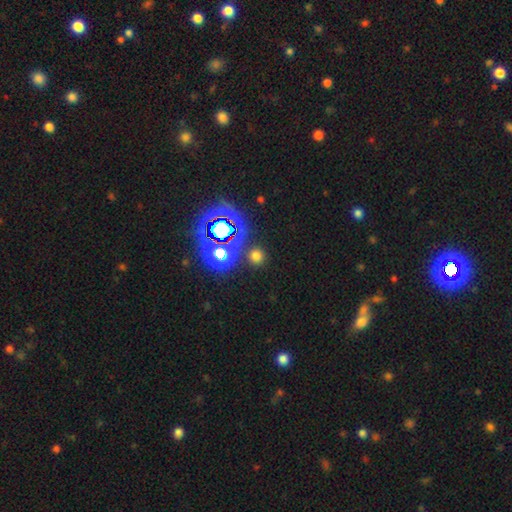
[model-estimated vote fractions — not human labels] The model was most divided on "smooth or featured": smooth: 61%, star or artifact: 32%, featured or disk: 6%. More confident: how rounded — round (91%); merging — none (86%).